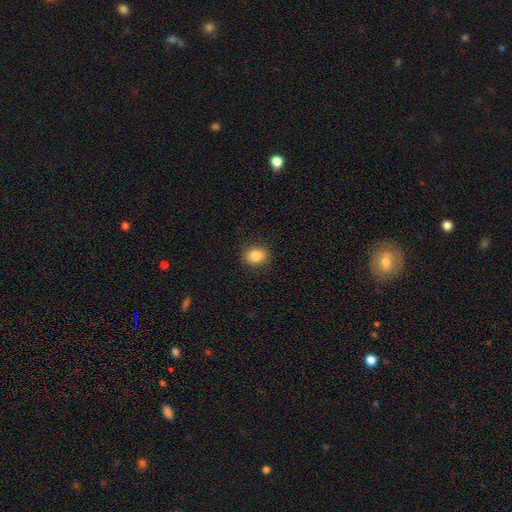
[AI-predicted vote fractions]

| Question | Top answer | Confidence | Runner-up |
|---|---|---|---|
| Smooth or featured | smooth | 84% | star or artifact (10%) |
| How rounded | round | 58% | in between (41%) |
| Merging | none | 88% | minor disturbance (8%) |